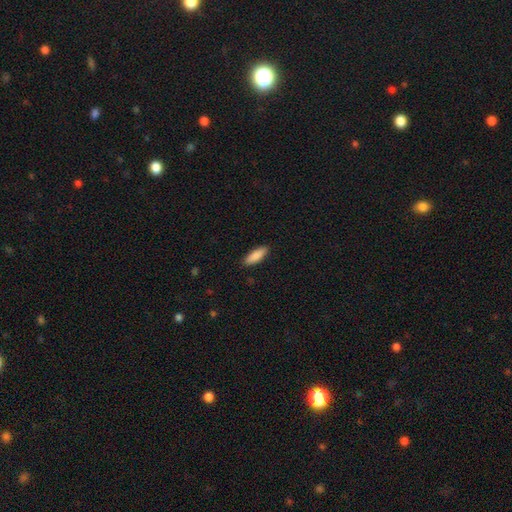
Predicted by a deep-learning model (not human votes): The model was most divided on "how rounded": in between: 63%, cigar-shaped: 36%, round: 2%. More confident: merging — none (89%); smooth or featured — smooth (87%).